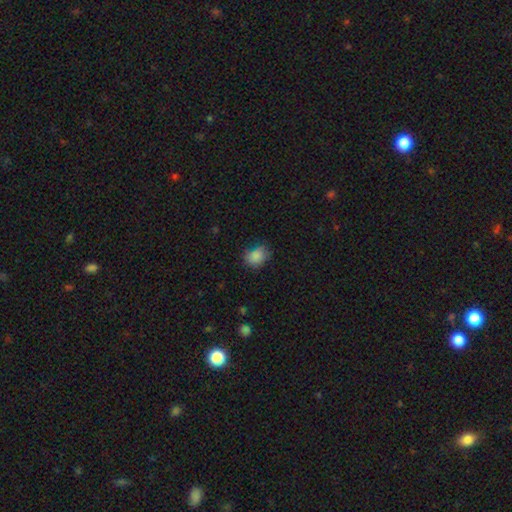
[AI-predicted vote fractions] Smooth or featured? Predicted: smooth (p=0.83). How rounded? Predicted: in between (p=0.57). Merging? Predicted: none (p=0.67).